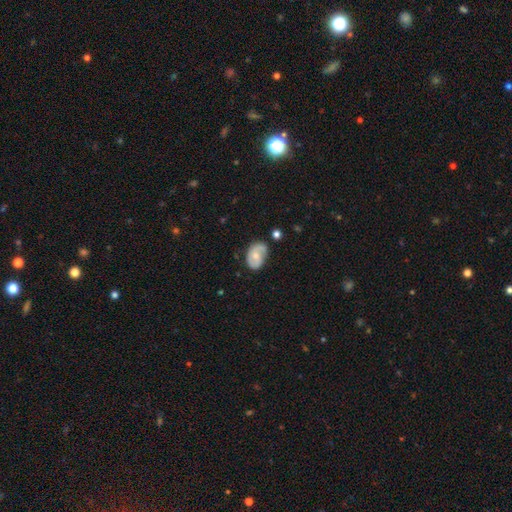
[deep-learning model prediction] The model was most divided on "bulge size": small: 47%, moderate: 45%, none: 4%, large: 2%, dominant: 1%. Remaining: edge-on disk — no (97%); spiral arms — yes (86%); spiral arm count — 2 (69%); bar — no (64%); merging — none (63%); smooth or featured — featured or disk (62%); spiral winding — medium (42%).